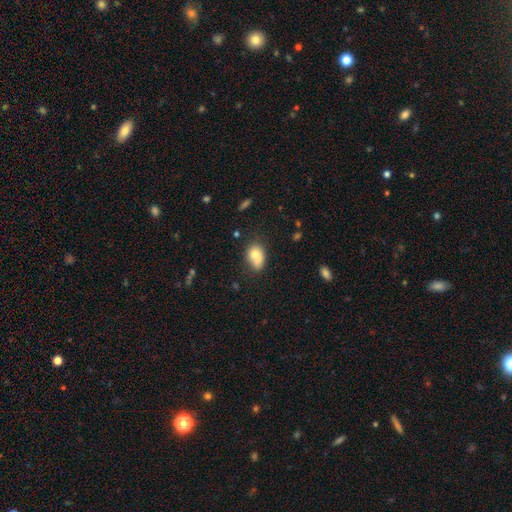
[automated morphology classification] This appears to be a smooth galaxy with no disk features (73%) that is in between round and cigar-shaped (71%). Merging: none (42%).